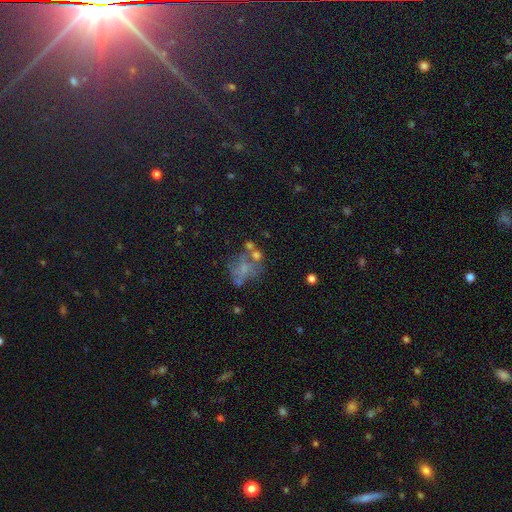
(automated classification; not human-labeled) featured or disk 44%, smooth 37%, star or artifact 19%. Down the decision tree: merging — none (36%).